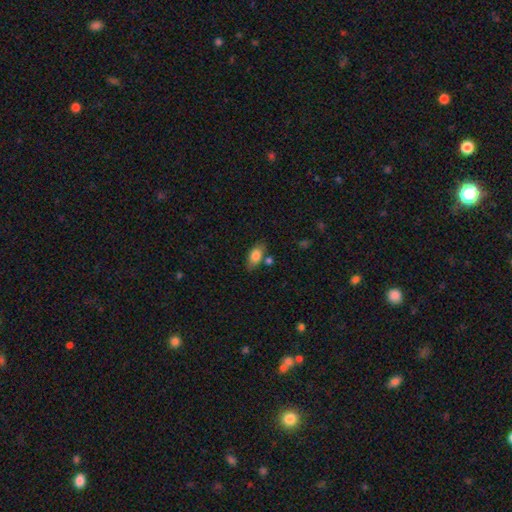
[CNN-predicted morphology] type=smooth (81%); roundness=in between (88%); merging=none (71%).